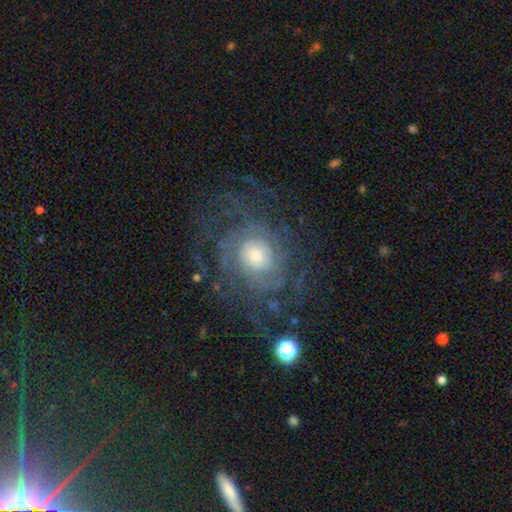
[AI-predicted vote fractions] smooth_or_featured: featured or disk (p=0.78) [alt: smooth p=0.13]
disk_edge_on: no (p=0.97) [alt: yes p=0.03]
bar: no (p=0.79) [alt: weak p=0.17]
has_spiral_arms: yes (p=0.90) [alt: no p=0.10]
spiral_winding: tight (p=0.60) [alt: medium p=0.27]
spiral_arm_count: can't tell (p=0.44) [alt: 2 p=0.14]
bulge_size: moderate (p=0.51) [alt: small p=0.29]
merging: none (p=0.69) [alt: major disturbance p=0.15]